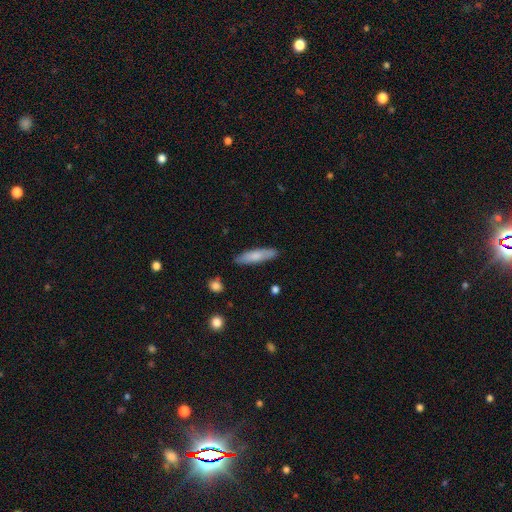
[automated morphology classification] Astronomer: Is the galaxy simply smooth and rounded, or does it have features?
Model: smooth — 74%.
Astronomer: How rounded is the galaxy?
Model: cigar-shaped — 75%.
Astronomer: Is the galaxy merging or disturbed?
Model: none — 86%.